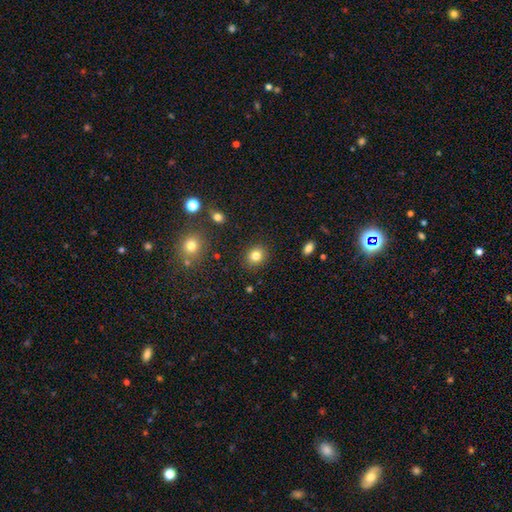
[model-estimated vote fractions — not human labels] A smooth galaxy with no disk features (82%) that is round (69%). Merging: none (88%).